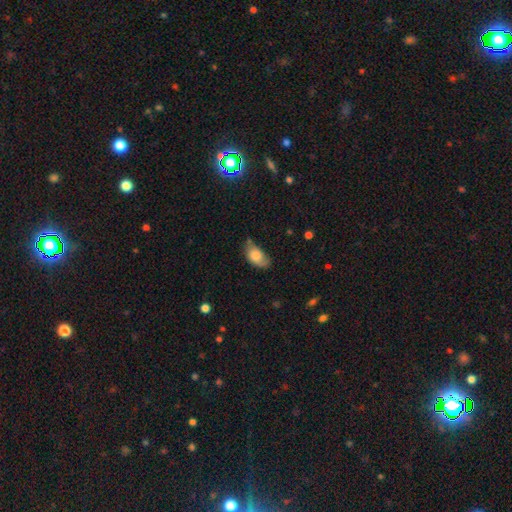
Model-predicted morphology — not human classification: This is likely a smooth galaxy (75%). How rounded: clearly in between (92%). Merging: possibly none (49%).